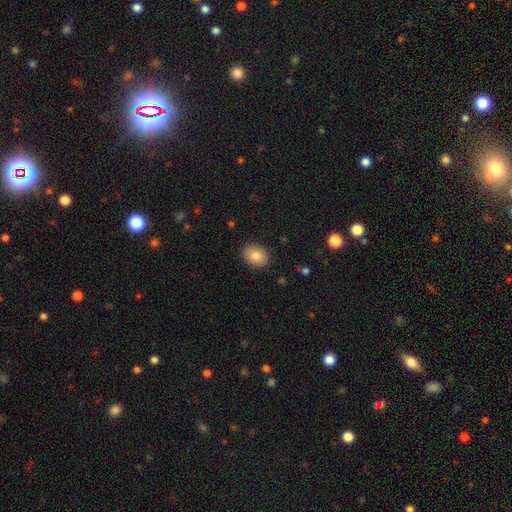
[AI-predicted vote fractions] smooth_or_featured: smooth (p=0.83) [alt: featured or disk p=0.09]
how_rounded: in between (p=0.67) [alt: round p=0.32]
merging: none (p=0.88) [alt: minor disturbance p=0.09]